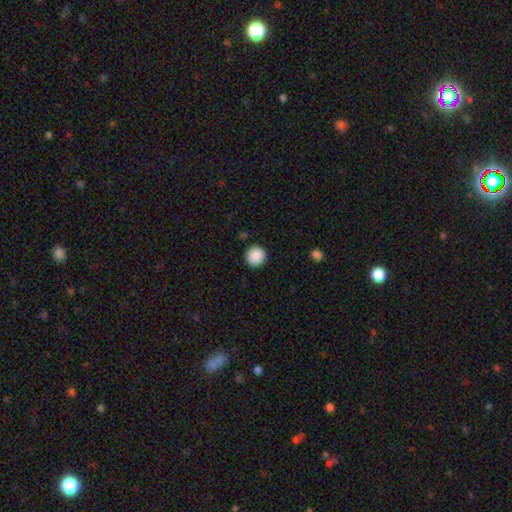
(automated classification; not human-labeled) Morphology: type=smooth (89%); roundness=round (95%); merging=none (91%).